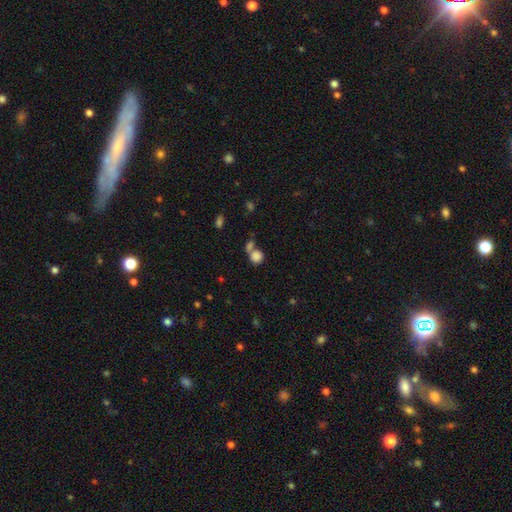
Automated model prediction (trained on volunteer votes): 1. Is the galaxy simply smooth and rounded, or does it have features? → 83% smooth, 11% star or artifact, 7% featured or disk.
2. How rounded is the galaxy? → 76% round, 22% in between, 1% cigar-shaped.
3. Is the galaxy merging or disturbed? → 45% merger, 40% none, 9% minor disturbance, 6% major disturbance.